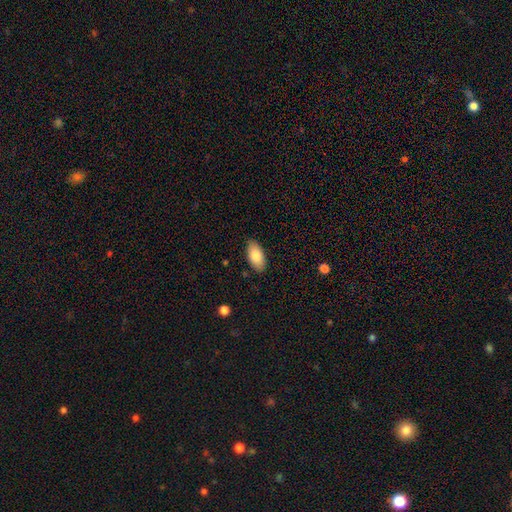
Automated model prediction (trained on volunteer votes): Smooth or featured?
  - smooth: 83% *
  - featured or disk: 11%
  - star or artifact: 6%
How rounded?
  - in between: 94% *
  - cigar-shaped: 4%
  - round: 2%
Merging?
  - none: 87% *
  - minor disturbance: 10%
  - major disturbance: 2%
  - merger: 1%